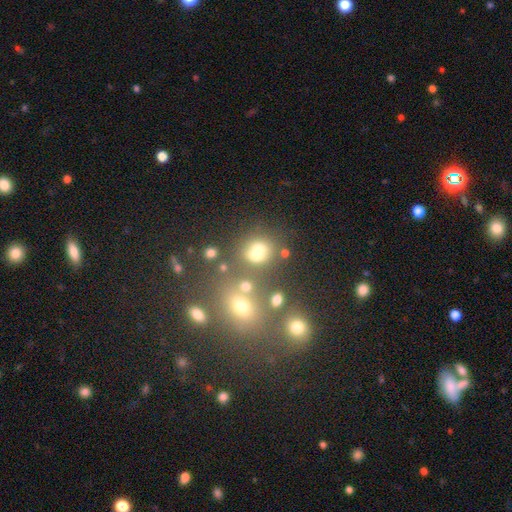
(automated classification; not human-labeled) Smooth or featured?
  - smooth: 62% *
  - star or artifact: 23%
  - featured or disk: 15%
How rounded?
  - round: 71% *
  - in between: 27%
  - cigar-shaped: 1%
Merging?
  - none: 47% *
  - merger: 37%
  - minor disturbance: 10%
  - major disturbance: 6%